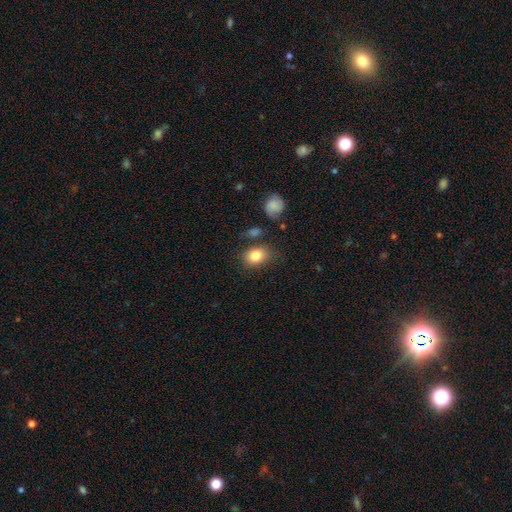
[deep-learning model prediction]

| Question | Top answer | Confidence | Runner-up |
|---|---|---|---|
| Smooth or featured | smooth | 82% | star or artifact (9%) |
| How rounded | in between | 64% | round (35%) |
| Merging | none | 73% | minor disturbance (16%) |